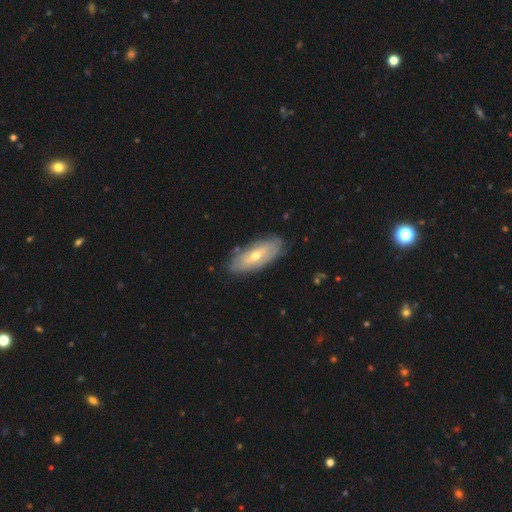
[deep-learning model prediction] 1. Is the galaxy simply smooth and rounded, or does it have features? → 58% featured or disk, 35% smooth, 6% star or artifact.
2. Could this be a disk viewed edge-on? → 79% no, 21% yes.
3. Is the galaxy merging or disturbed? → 81% none, 14% minor disturbance, 3% major disturbance, 2% merger.